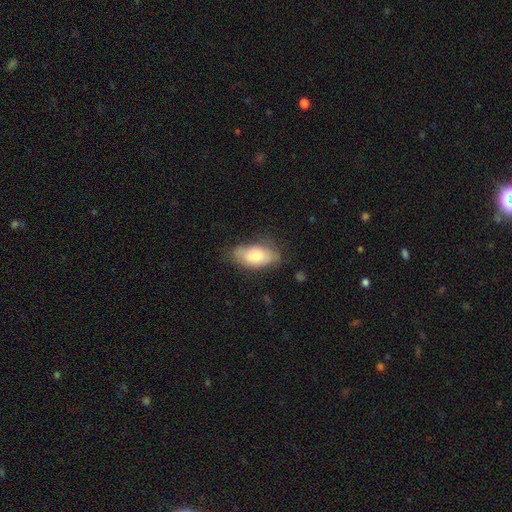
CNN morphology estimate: Overall: smooth (76%). How rounded: in between (91%). Merging: none (68%).